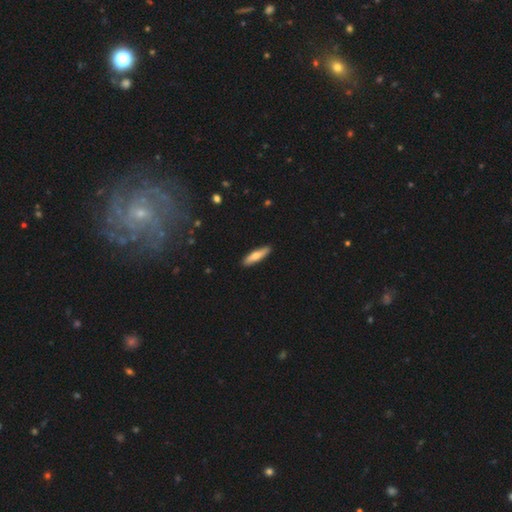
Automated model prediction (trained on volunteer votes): smooth-or-featured: smooth: 65% | featured or disk: 29% | star or artifact: 5%
  how-rounded: cigar-shaped: 76% | in between: 22% | round: 2%
  merging: none: 89% | minor disturbance: 8% | major disturbance: 1% | merger: 1%